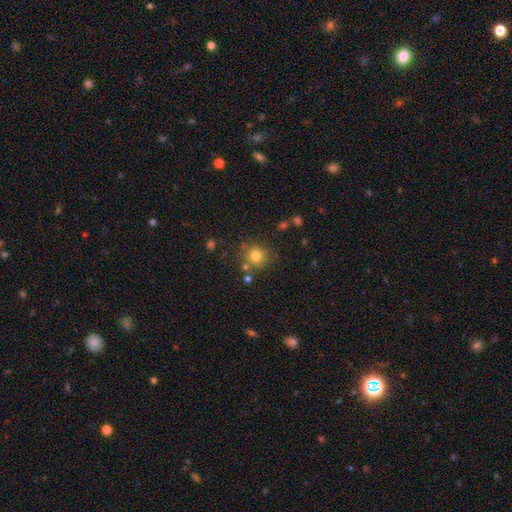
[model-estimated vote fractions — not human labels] smooth_or_featured: smooth (p=0.78) [alt: star or artifact p=0.14]
how_rounded: round (p=0.90) [alt: in between p=0.09]
merging: none (p=0.77) [alt: minor disturbance p=0.10]